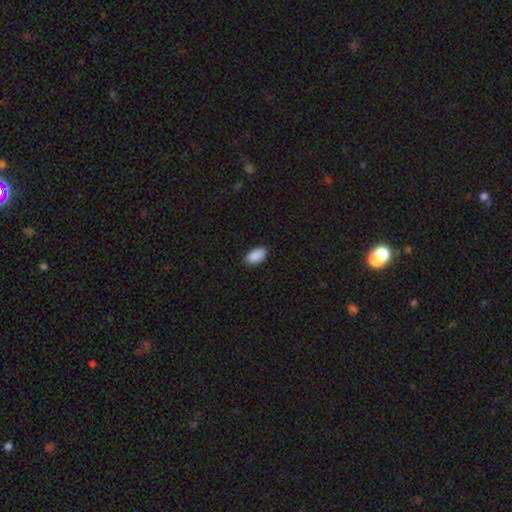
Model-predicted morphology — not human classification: This appears to be a smooth galaxy with no disk features (91%) that is in between round and cigar-shaped (95%). Merging: none (87%).